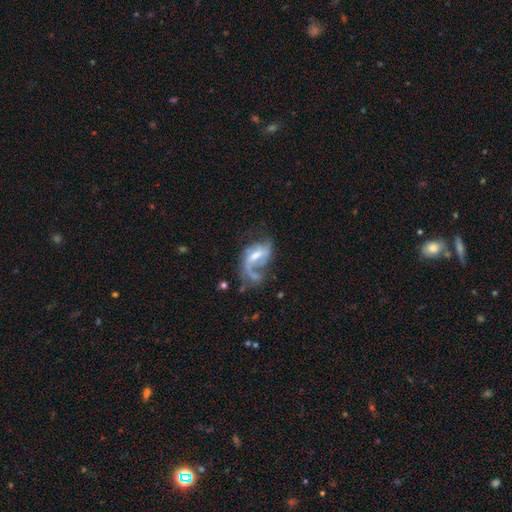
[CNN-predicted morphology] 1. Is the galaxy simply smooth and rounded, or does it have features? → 74% featured or disk, 18% smooth, 8% star or artifact.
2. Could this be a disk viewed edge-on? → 96% no, 4% yes.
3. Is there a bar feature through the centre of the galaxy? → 51% weak, 25% strong, 24% no.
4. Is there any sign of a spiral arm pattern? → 82% yes, 18% no.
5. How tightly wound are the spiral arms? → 62% loose, 29% medium, 8% tight.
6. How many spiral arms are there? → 47% 2, 37% 1, 10% can't tell, 3% 3, 1% 4, 1% more than 4.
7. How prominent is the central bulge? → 45% moderate, 34% small, 13% none, 7% large, 1% dominant.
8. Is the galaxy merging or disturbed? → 40% major disturbance, 29% none, 19% minor disturbance, 13% merger.